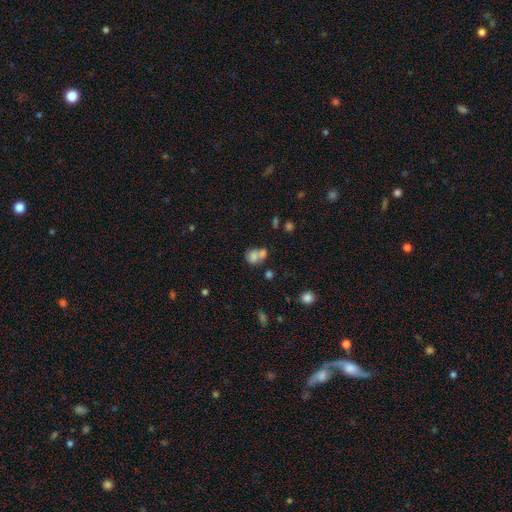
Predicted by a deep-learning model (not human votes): Morphology: type=smooth (70%); roundness=in between (50%); merging=merger (56%).